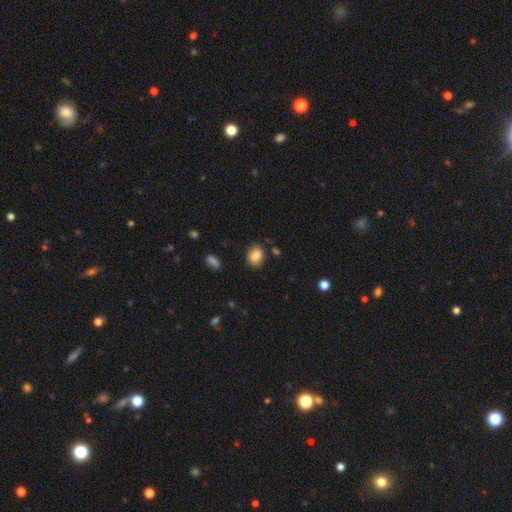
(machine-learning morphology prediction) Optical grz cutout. It shows a smooth galaxy with no disk features (84%) that is in between round and cigar-shaped (50%). Merging: none (84%).